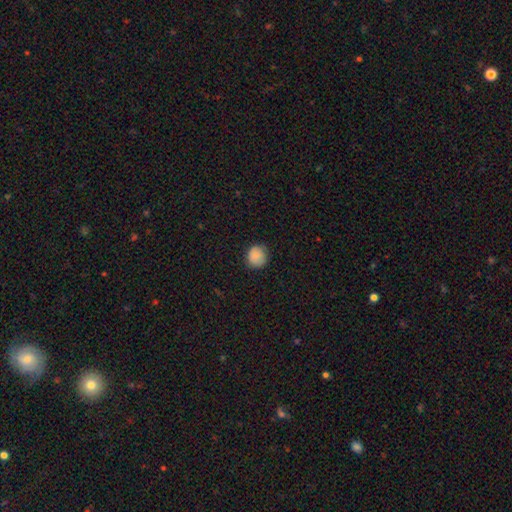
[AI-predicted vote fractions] Smooth or featured? Predicted: smooth (p=0.88). How rounded? Predicted: round (p=0.89). Merging? Predicted: none (p=0.83).